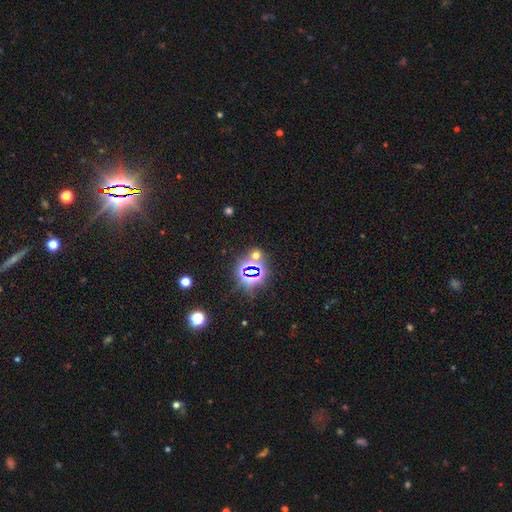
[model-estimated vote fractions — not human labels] This is likely a star or artifact rather than a galaxy (60%).